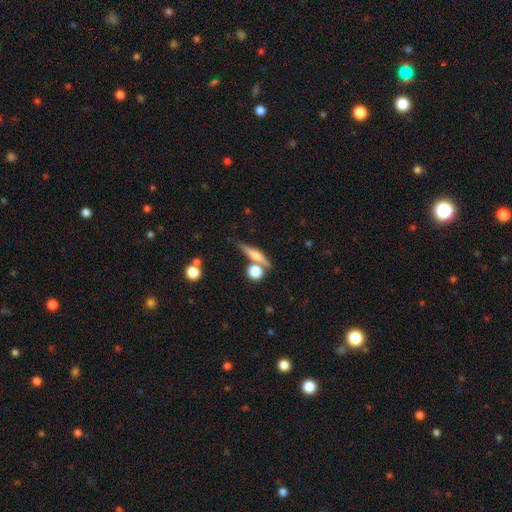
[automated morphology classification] smooth-or-featured: smooth: 49% | featured or disk: 42% | star or artifact: 9%
  merging: none: 69% | merger: 16% | minor disturbance: 11% | major disturbance: 4%